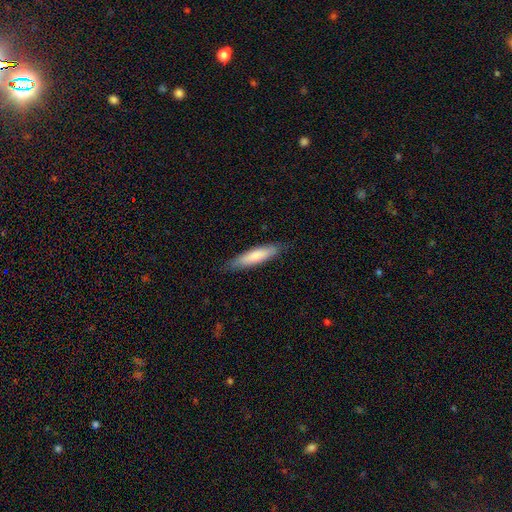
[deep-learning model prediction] Smooth or featured? Predicted: smooth (p=0.76). How rounded? Predicted: cigar-shaped (p=0.79). Merging? Predicted: none (p=0.84).